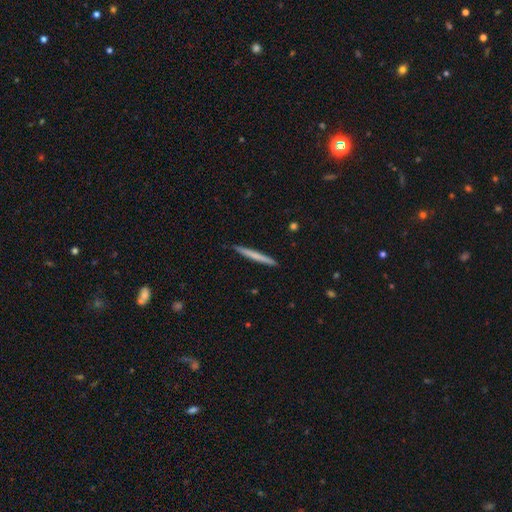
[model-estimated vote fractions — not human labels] Morphology: type=smooth (61%); roundness=cigar-shaped (97%); merging=none (92%).